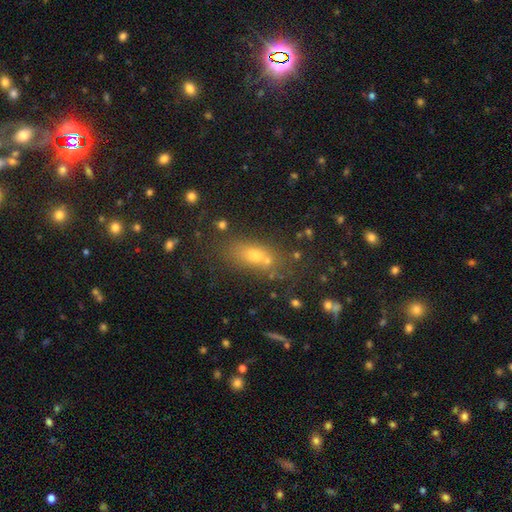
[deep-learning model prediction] Overall: smooth (65%). How rounded: in between (67%). Merging: none (62%).